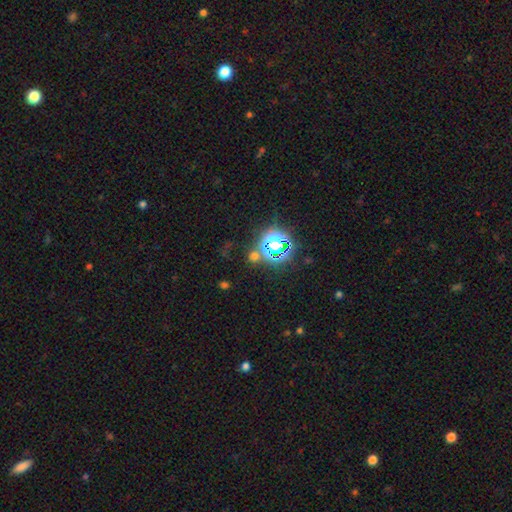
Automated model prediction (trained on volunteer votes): Smooth or featured: star or artifact — 62% (smooth — 30%)